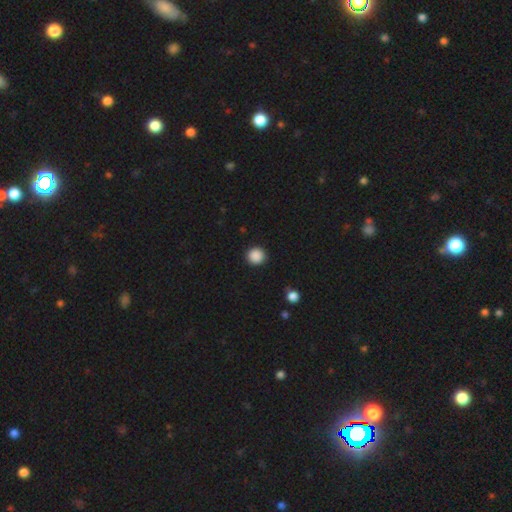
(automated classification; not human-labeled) Overall: smooth (88%). How rounded: round (94%). Merging: none (92%).